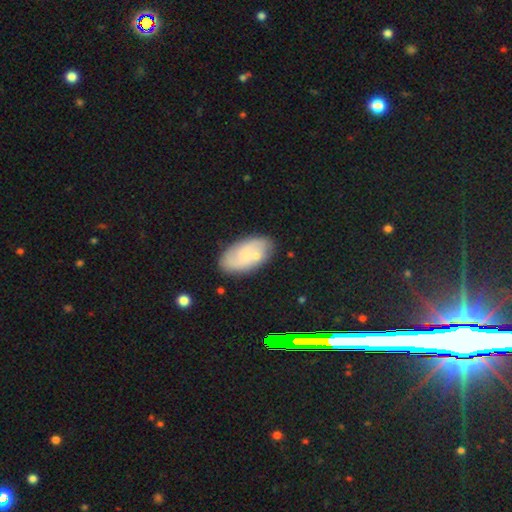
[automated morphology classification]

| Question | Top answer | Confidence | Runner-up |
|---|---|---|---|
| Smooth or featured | smooth | 55% | featured or disk (38%) |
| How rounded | in between | 93% | round (4%) |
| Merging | none | 67% | minor disturbance (18%) |